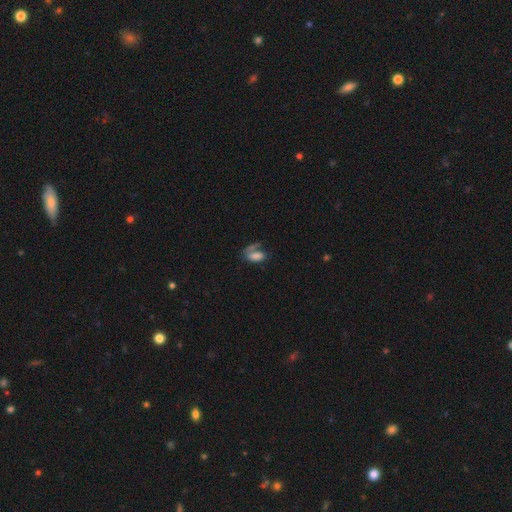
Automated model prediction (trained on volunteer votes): Smooth or featured: smooth — 70% (featured or disk — 18%)
How rounded: in between — 86% (cigar-shaped — 8%)
Merging: none — 41% (merger — 24%)